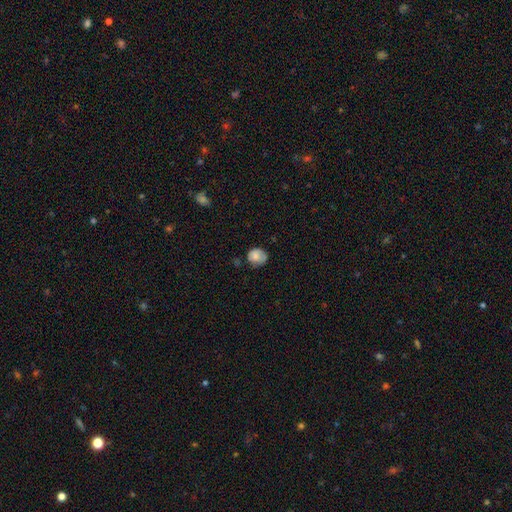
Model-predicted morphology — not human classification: A smooth galaxy with no disk features (73%) that is round (68%). Merging: none (57%).